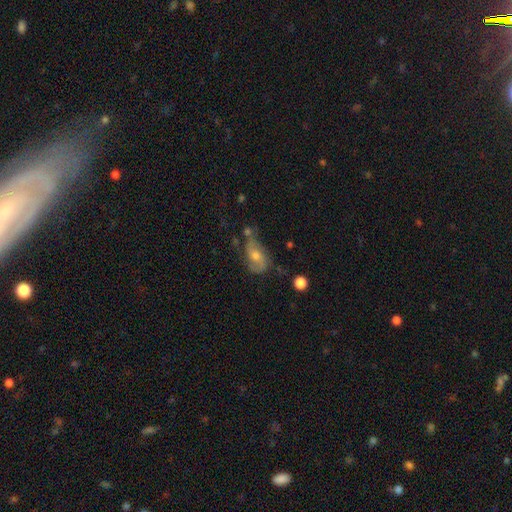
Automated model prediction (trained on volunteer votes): Smooth or featured: featured or disk — 58% (smooth — 31%)
Edge-on disk: no — 92% (yes — 8%)
Bar: no — 63% (weak — 30%)
Spiral arms: yes — 78% (no — 22%)
Bulge size: moderate — 62% (small — 26%)
Merging: none — 44% (minor disturbance — 27%)